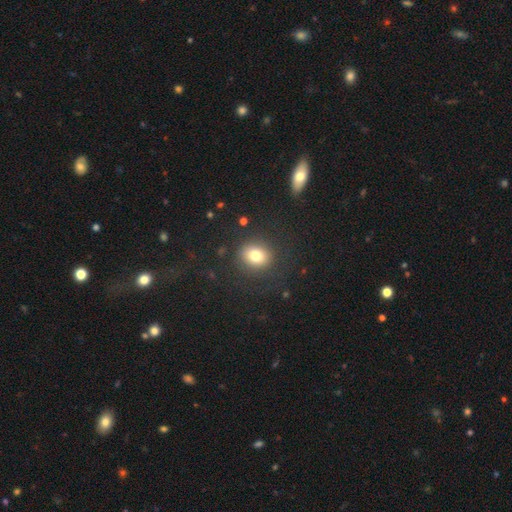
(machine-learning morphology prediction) A smooth galaxy with no disk features (78%) that is round (71%). Merging: none (84%).